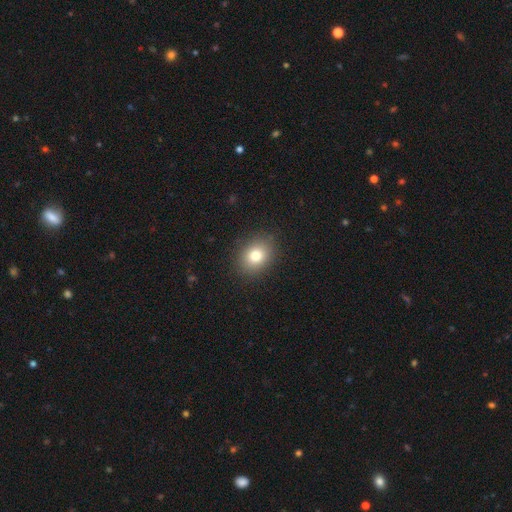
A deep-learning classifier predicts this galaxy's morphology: Smooth or featured? Predicted: smooth (p=0.79). How rounded? Predicted: round (p=0.51). Merging? Predicted: none (p=0.88).